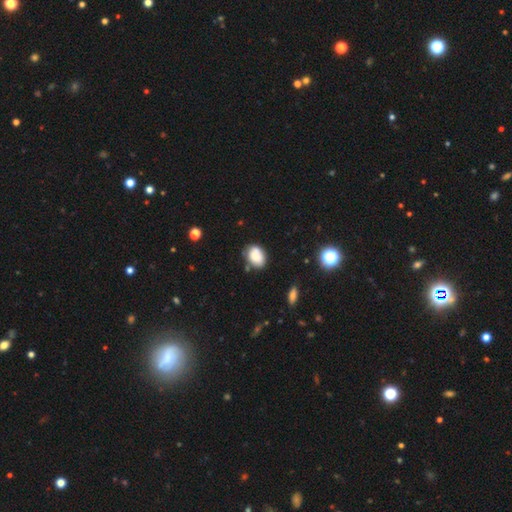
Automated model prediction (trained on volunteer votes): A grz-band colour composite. It shows a smooth galaxy with no disk features (84%) that is in between round and cigar-shaped (77%). Merging: none (67%).